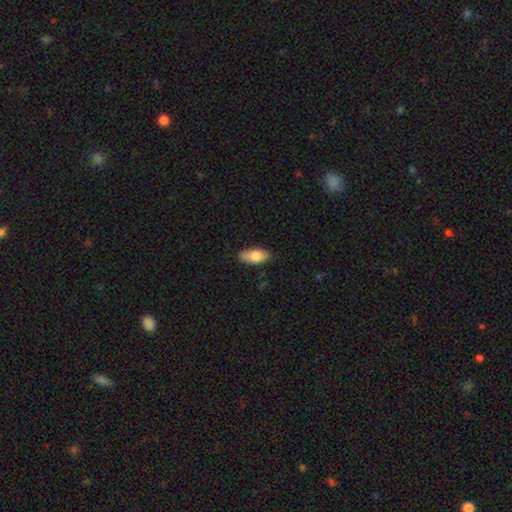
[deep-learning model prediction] smooth_or_featured: smooth (p=0.77) [alt: featured or disk p=0.16]
how_rounded: in between (p=0.88) [alt: cigar-shaped p=0.09]
merging: none (p=0.82) [alt: minor disturbance p=0.15]